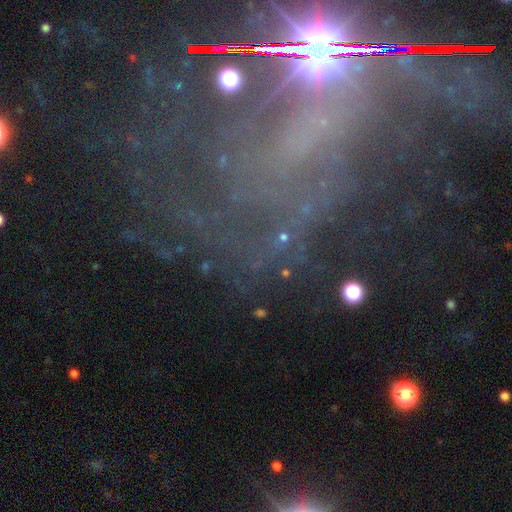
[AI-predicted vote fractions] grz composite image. It shows a star or artifact, not a galaxy (51%).